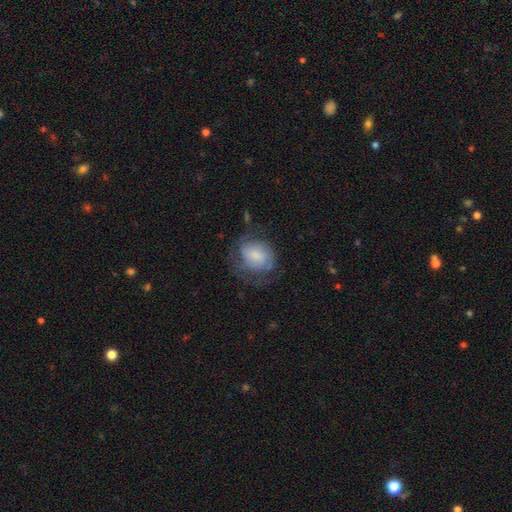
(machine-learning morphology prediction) Smooth or featured: smooth — 51% (featured or disk — 41%)
How rounded: round — 52% (in between — 47%)
Merging: none — 48% (minor disturbance — 26%)